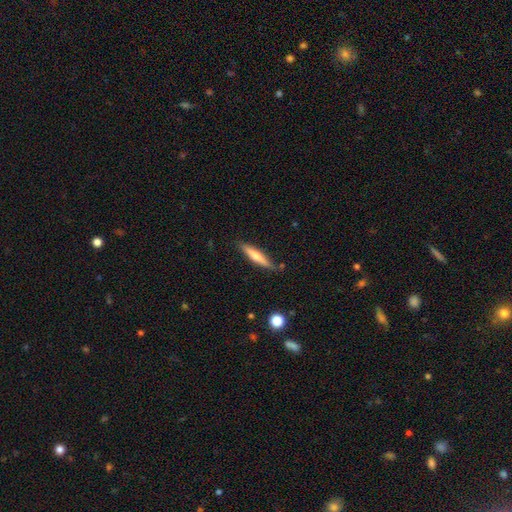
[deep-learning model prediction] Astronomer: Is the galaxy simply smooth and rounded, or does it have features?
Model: smooth — 52% (runner-up: featured or disk, 42%).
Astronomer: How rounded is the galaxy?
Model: cigar-shaped — 87%.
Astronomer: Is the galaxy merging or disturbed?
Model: none — 81%.